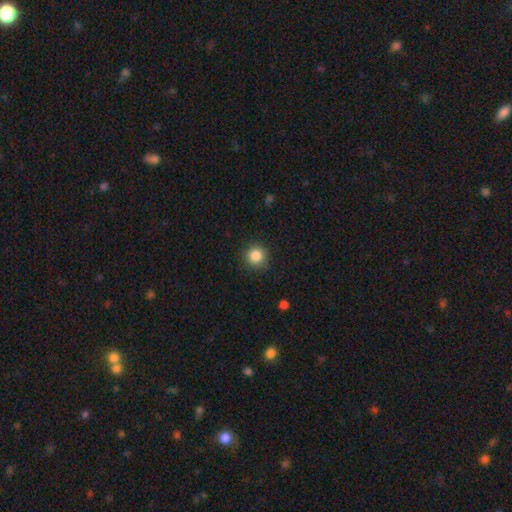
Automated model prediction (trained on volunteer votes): smooth 85%, star or artifact 10%, featured or disk 4%. Down the decision tree: how rounded — round (94%); merging — none (89%).